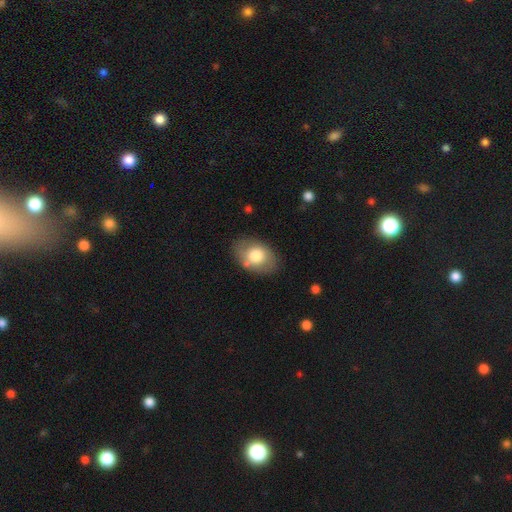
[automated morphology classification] A smooth galaxy with no disk features (73%) that is in between round and cigar-shaped (83%).

Vote fractions:
- Smooth or featured? smooth: 73% / featured or disk: 20% / star or artifact: 7%
- How rounded? in between: 83% / round: 16% / cigar-shaped: 1%
- Merging? none: 79% / minor disturbance: 14% / major disturbance: 4% / merger: 3%